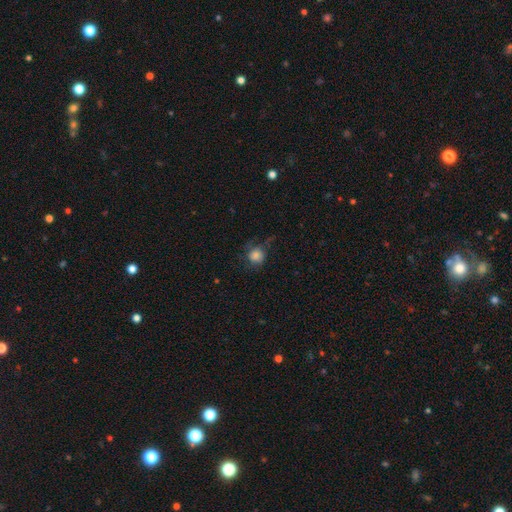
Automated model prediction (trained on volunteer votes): Smooth or featured? smooth (72%)
How rounded? round (86%)
Merging? none (51%)